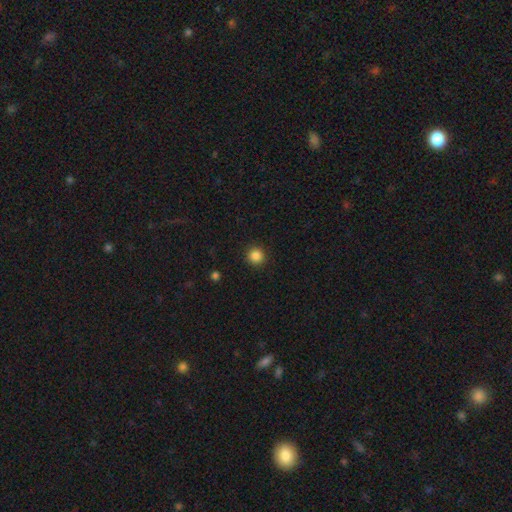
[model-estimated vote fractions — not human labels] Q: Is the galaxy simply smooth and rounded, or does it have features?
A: smooth — 86%.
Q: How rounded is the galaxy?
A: round — 95%.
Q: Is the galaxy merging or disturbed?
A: none — 92%.